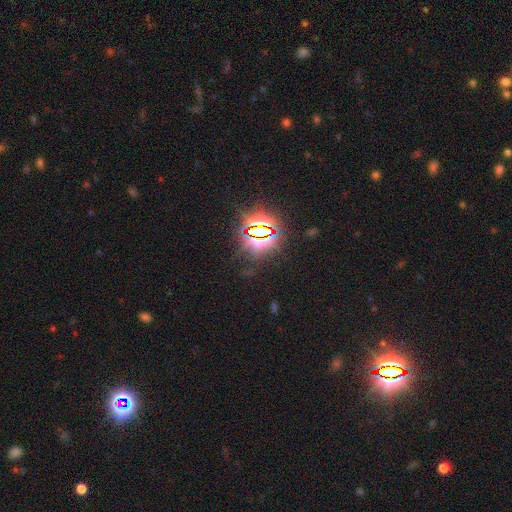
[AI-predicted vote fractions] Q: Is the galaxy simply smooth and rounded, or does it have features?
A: star or artifact — 83%.